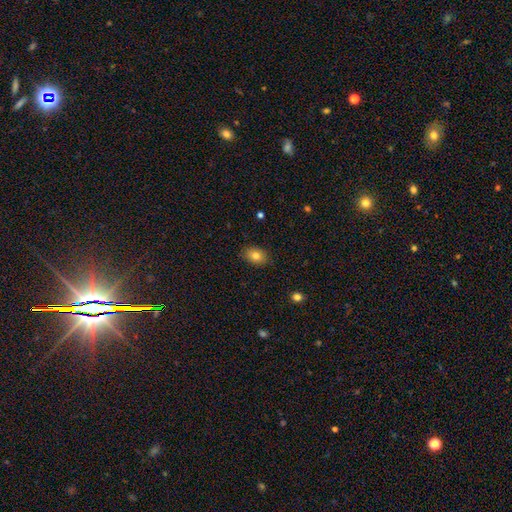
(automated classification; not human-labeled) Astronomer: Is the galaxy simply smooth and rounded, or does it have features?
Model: smooth — 81%.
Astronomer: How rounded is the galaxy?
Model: in between — 77%.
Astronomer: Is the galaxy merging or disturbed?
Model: none — 87%.